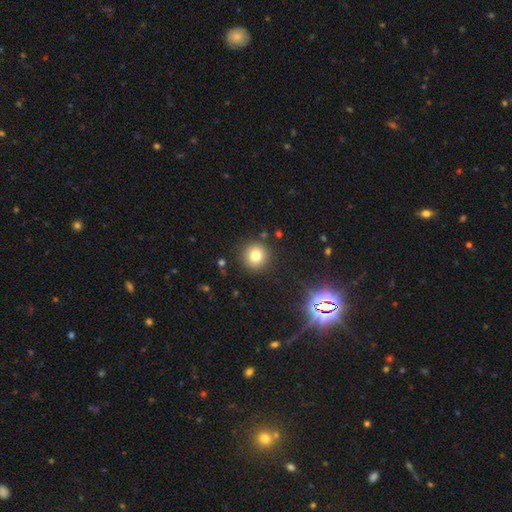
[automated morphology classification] Smooth or featured? smooth (76%)
How rounded? round (94%)
Merging? none (89%)